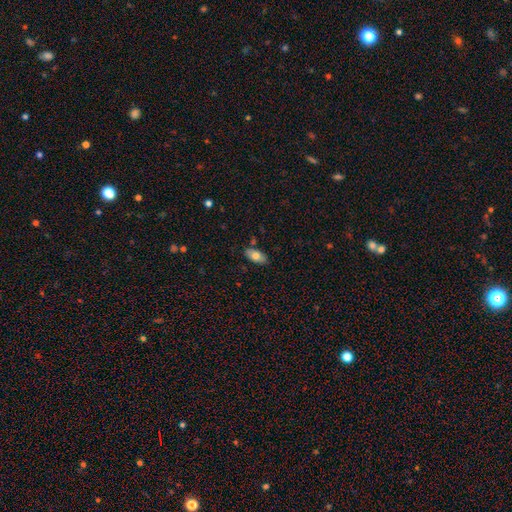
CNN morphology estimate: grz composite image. It shows a smooth galaxy with no disk features (72%) that is in between round and cigar-shaped (92%). Merging: none (83%).